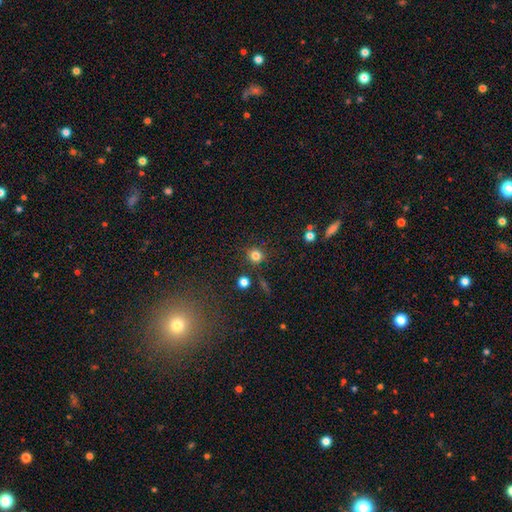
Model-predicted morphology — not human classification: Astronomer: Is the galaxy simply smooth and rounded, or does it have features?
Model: smooth — 81%.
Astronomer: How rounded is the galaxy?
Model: round — 91%.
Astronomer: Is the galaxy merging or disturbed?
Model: none — 85%.